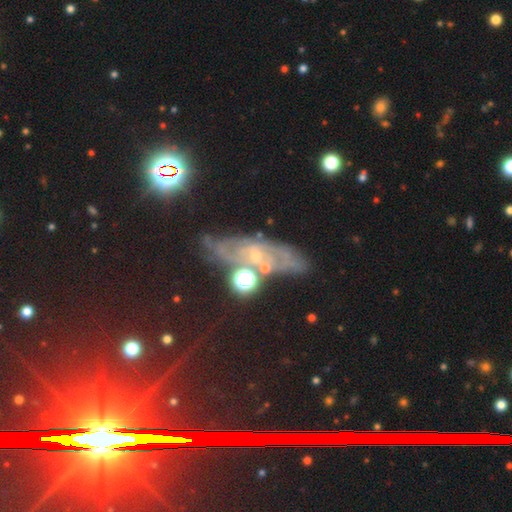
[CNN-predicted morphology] type=featured or disk (60%); edge-on=no (84%); bar=no (56%); spiral arms=yes (80%); bulge=small (63%); merging=none (60%).